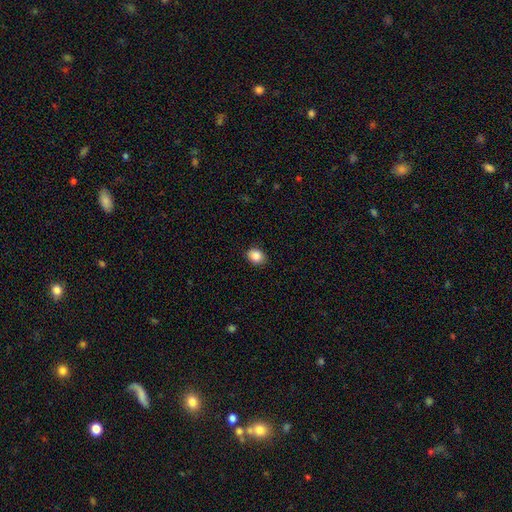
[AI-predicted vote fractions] Smooth or featured: smooth — 88% (star or artifact — 9%)
How rounded: in between — 50% (round — 49%)
Merging: none — 89% (minor disturbance — 8%)